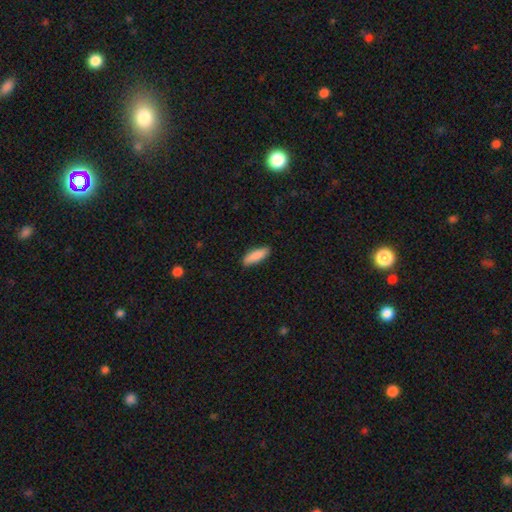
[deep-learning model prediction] Smooth or featured? smooth (88%)
How rounded? in between (54%)
Merging? none (86%)